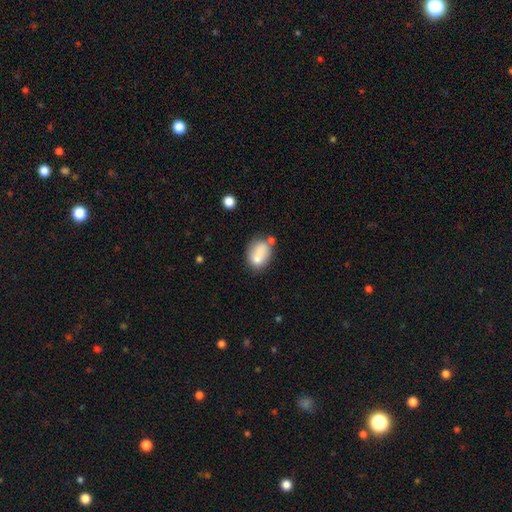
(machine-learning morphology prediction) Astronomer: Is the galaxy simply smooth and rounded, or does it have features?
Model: smooth — 73%.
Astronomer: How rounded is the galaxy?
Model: in between — 74%.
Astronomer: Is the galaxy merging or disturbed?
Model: none — 42% (runner-up: merger, 30%).